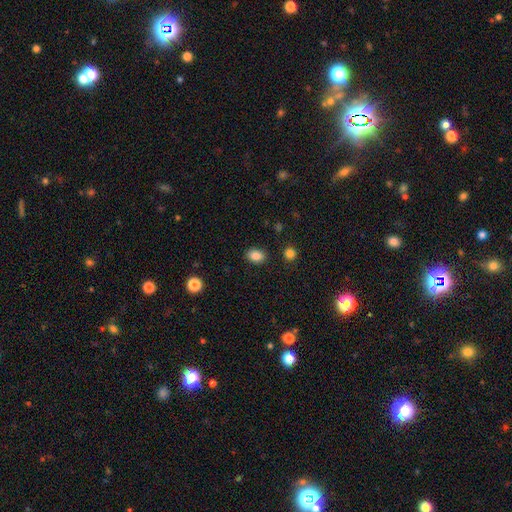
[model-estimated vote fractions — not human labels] The model was most divided on "how rounded": in between: 76%, round: 23%, cigar-shaped: 1%. More confident: merging — none (87%); smooth or featured — smooth (86%).